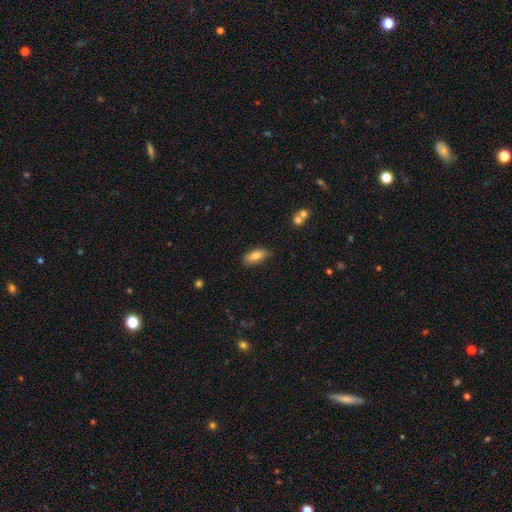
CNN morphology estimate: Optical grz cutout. It shows a smooth galaxy with no disk features (78%) that is in between round and cigar-shaped (78%). Merging: none (80%).